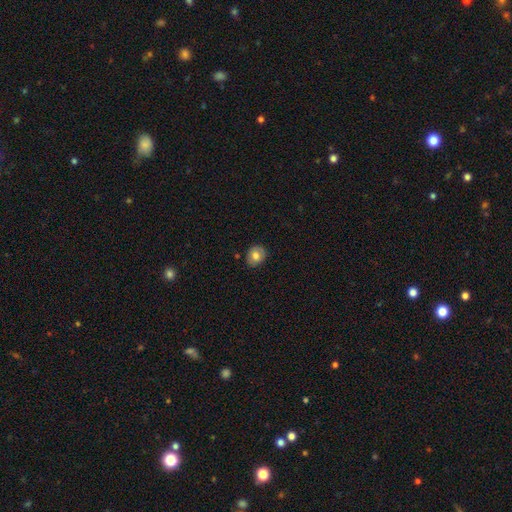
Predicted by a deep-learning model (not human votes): A smooth galaxy with no disk features (74%) that is round (64%). Merging: none (85%).